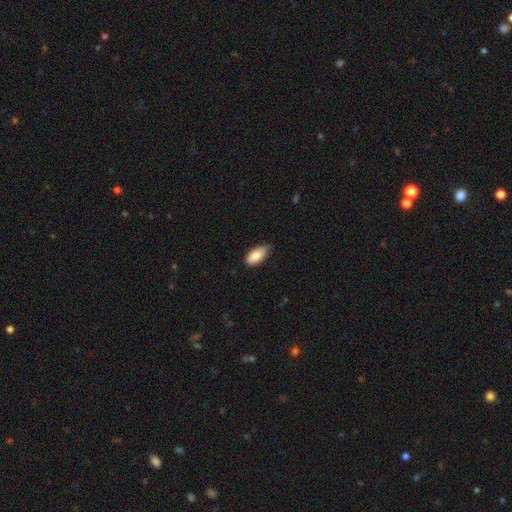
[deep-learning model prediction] This appears to be a smooth galaxy with no disk features (84%) that is in between round and cigar-shaped (91%). Merging: none (63%).